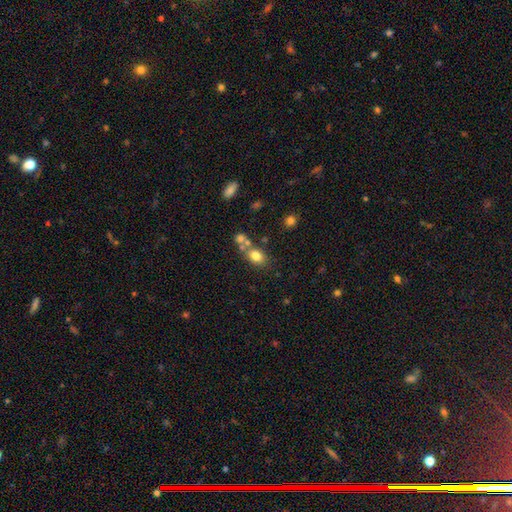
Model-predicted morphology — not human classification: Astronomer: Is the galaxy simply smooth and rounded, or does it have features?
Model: smooth — 76%.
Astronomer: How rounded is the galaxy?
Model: in between — 63%.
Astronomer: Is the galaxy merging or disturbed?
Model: none — 51% (runner-up: merger, 32%).